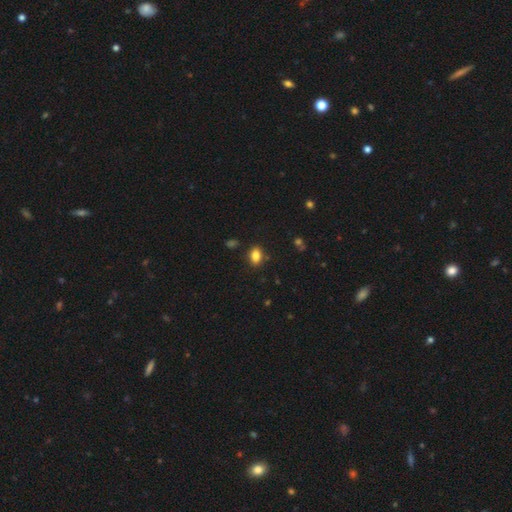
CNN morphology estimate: Smooth or featured? Predicted: smooth (p=0.85). How rounded? Predicted: in between (p=0.81). Merging? Predicted: none (p=0.85).